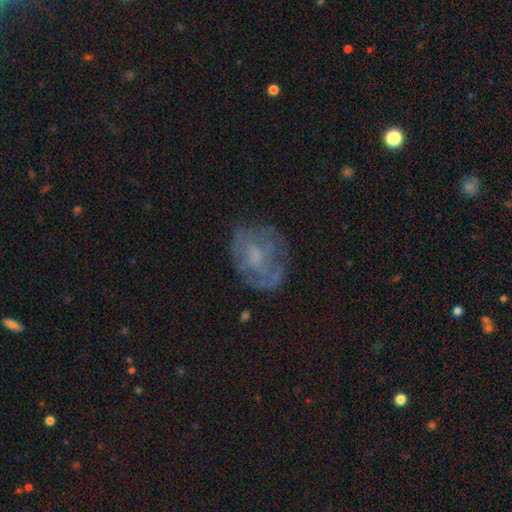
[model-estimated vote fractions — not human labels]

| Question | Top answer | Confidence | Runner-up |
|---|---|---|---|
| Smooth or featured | featured or disk | 55% | smooth (32%) |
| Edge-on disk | no | 96% | yes (4%) |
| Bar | no | 72% | weak (24%) |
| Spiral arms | no | 57% | yes (43%) |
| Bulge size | moderate | 33% | tied: small (33%) |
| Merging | none | 66% | minor disturbance (20%) |